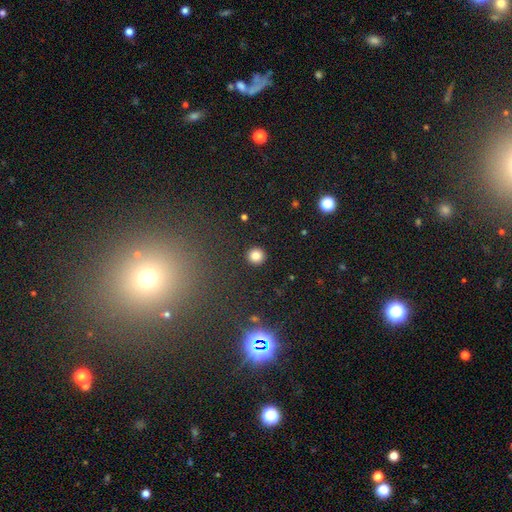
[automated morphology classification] Smooth or featured: smooth — 84% (star or artifact — 11%)
How rounded: round — 94% (in between — 5%)
Merging: none — 92% (minor disturbance — 5%)